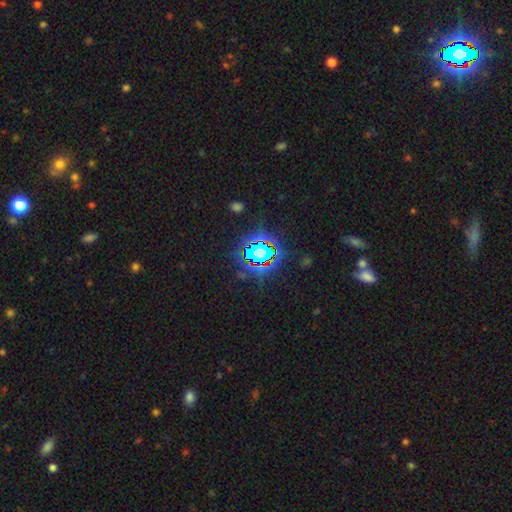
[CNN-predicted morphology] smooth-or-featured: star or artifact: 80% | smooth: 12% | featured or disk: 8%